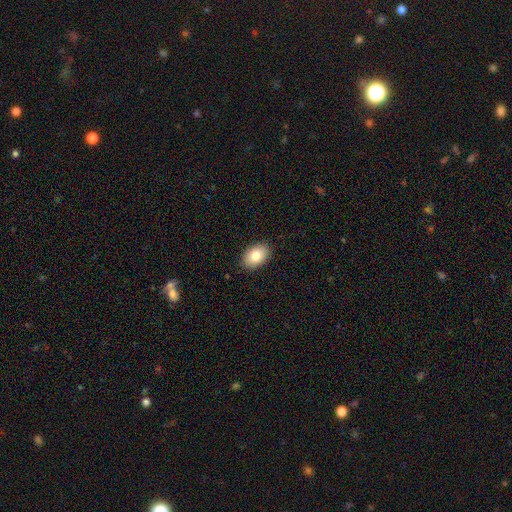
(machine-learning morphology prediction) Overall: smooth (82%). How rounded: in between (86%). Merging: none (89%).